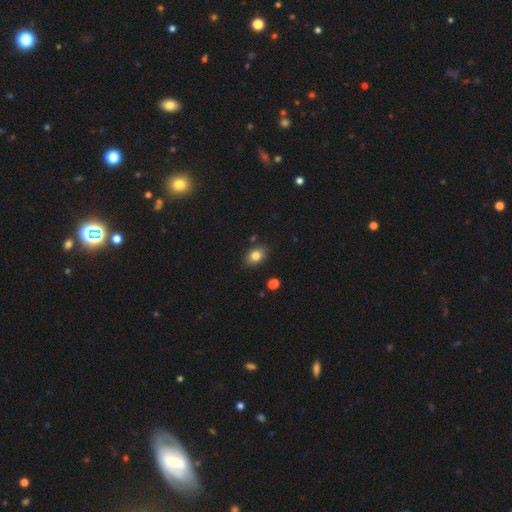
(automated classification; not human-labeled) This is clearly a smooth galaxy (82%). How rounded: likely in between (76%). Merging: clearly none (84%).